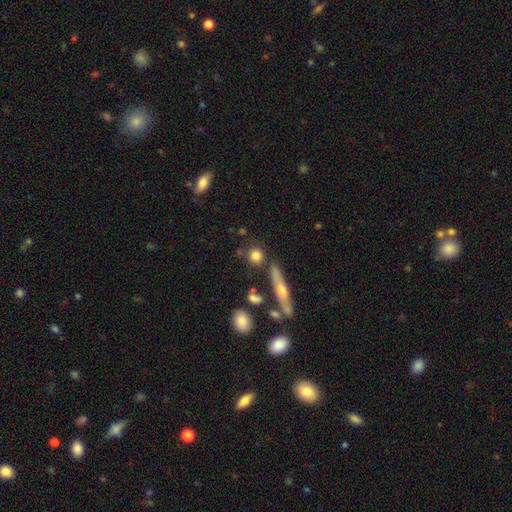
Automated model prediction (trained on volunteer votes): Smooth or featured: smooth — 77% (featured or disk — 13%)
How rounded: round — 84% (in between — 11%)
Merging: none — 73% (merger — 11%)